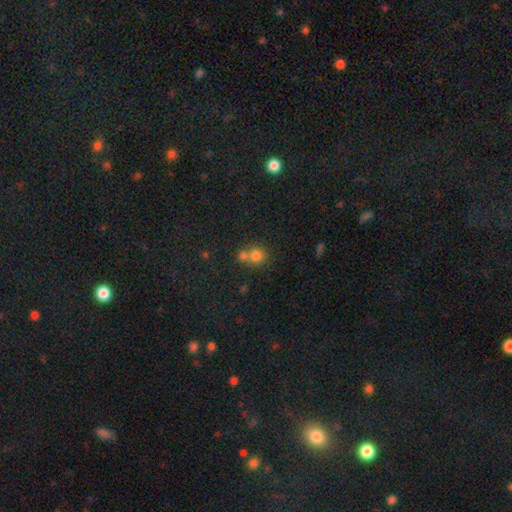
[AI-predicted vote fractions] Smooth or featured? smooth (76%)
How rounded? round (84%)
Merging? merger (50%)